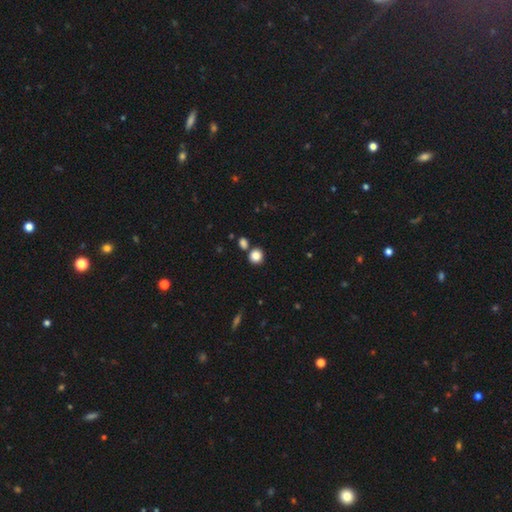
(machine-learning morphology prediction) Smooth or featured? smooth (85%)
How rounded? round (87%)
Merging? none (74%)